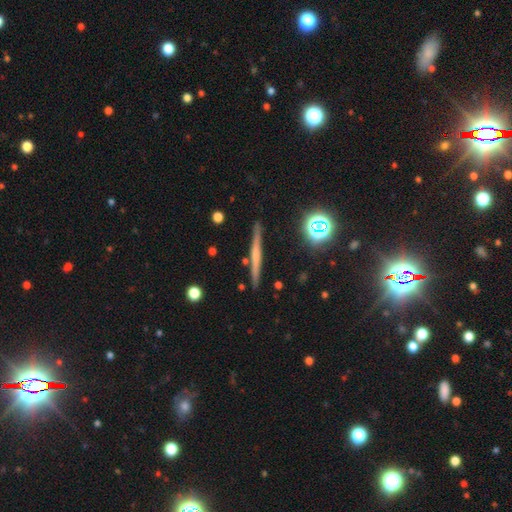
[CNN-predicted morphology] type=featured or disk (53%); edge-on=yes (96%); edge-on bulge=none (68%); merging=none (89%).